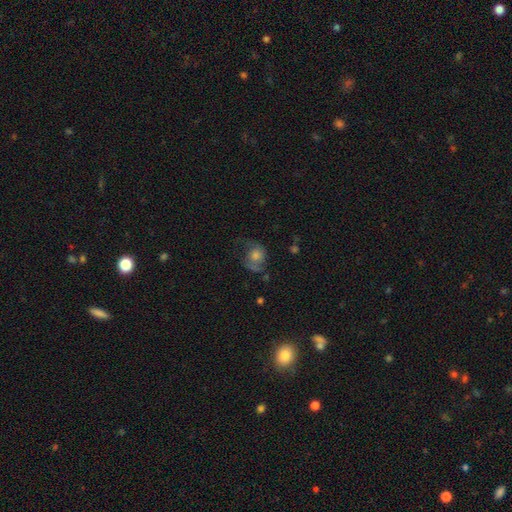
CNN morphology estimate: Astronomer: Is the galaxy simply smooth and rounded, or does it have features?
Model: smooth — 44% (runner-up: featured or disk, 40%).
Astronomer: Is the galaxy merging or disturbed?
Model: none — 47% (runner-up: major disturbance, 26%).